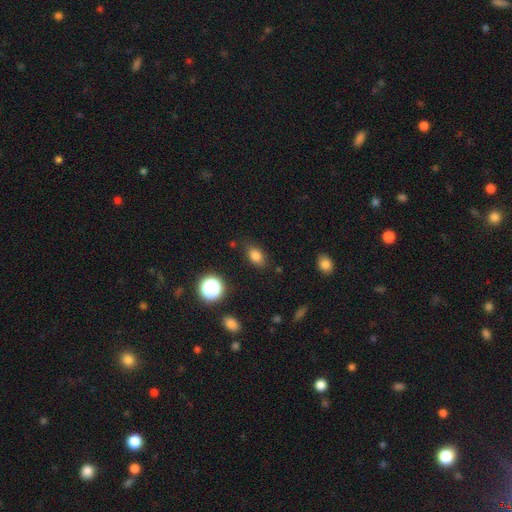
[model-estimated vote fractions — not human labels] Smooth or featured?
  - smooth: 80% *
  - star or artifact: 13%
  - featured or disk: 7%
How rounded?
  - in between: 79% *
  - round: 18%
  - cigar-shaped: 3%
Merging?
  - none: 81% *
  - minor disturbance: 14%
  - major disturbance: 3%
  - merger: 2%